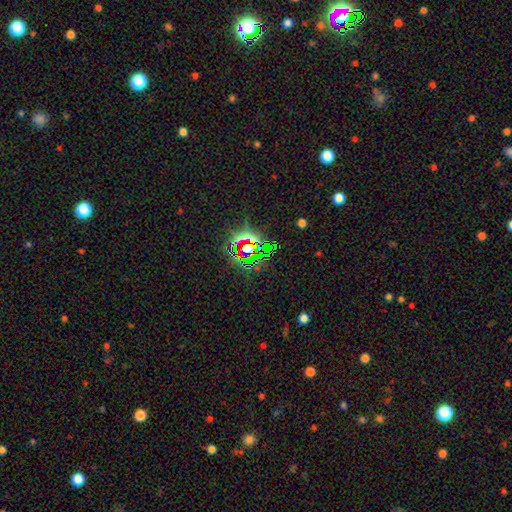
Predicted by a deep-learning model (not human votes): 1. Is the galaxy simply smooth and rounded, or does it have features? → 74% star or artifact, 15% smooth, 11% featured or disk.